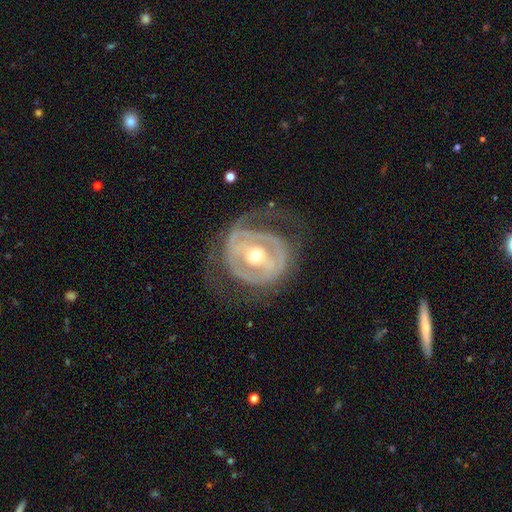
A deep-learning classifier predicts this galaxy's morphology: featured or disk 80%, smooth 14%, star or artifact 5%. Down the decision tree: edge-on disk — no (96%); bar — no (41%); spiral arms — yes (64%); bulge size — moderate (57%); merging — none (51%).